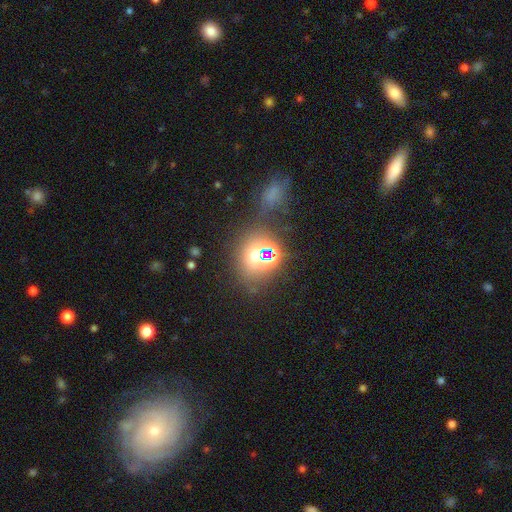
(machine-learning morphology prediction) The model was most divided on "smooth or featured": star or artifact: 47%, smooth: 41%, featured or disk: 12%.